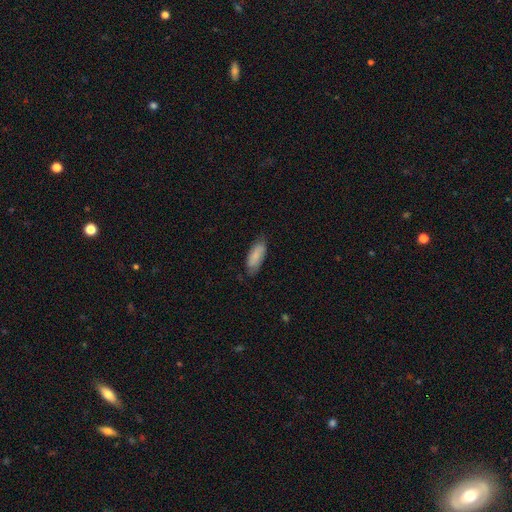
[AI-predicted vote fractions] smooth_or_featured: smooth (p=0.80) [alt: featured or disk p=0.14]
how_rounded: in between (p=0.79) [alt: cigar-shaped p=0.20]
merging: none (p=0.73) [alt: minor disturbance p=0.22]